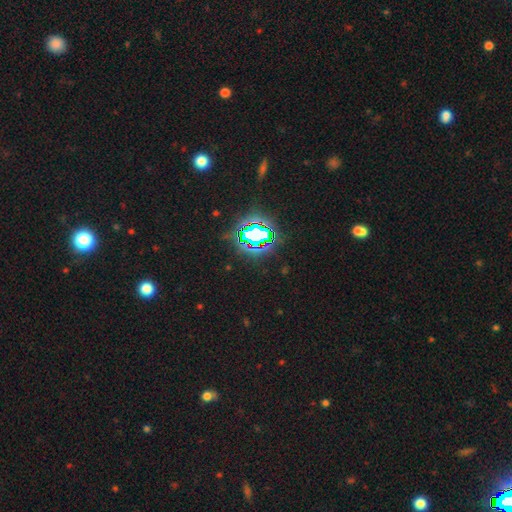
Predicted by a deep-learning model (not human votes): Morphology: type=star or artifact (80%).